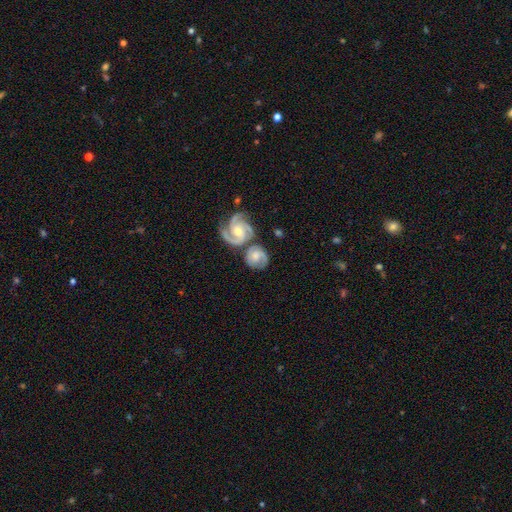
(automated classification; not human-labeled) Q: Smooth or featured?
A: featured or disk (75%); runner-up: smooth (20%)
Q: Edge-on disk?
A: no (97%); runner-up: yes (3%)
Q: Bar?
A: no (59%); runner-up: weak (32%)
Q: Spiral arms?
A: yes (96%); runner-up: no (4%)
Q: Spiral winding?
A: tight (49%); runner-up: medium (43%)
Q: Spiral arm count?
A: 3 (41%); runner-up: 2 (38%)
Q: Bulge size?
A: moderate (53%); runner-up: small (38%)
Q: Merging?
A: none (46%); runner-up: merger (34%)